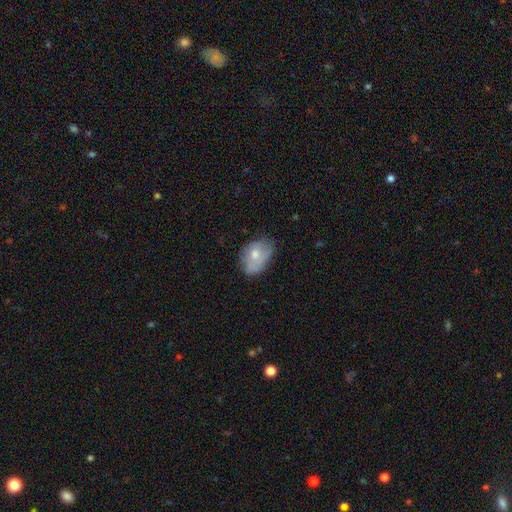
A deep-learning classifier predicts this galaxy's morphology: Smooth or featured? Predicted: smooth (p=0.64). How rounded? Predicted: in between (p=0.77). Merging? Predicted: none (p=0.50).